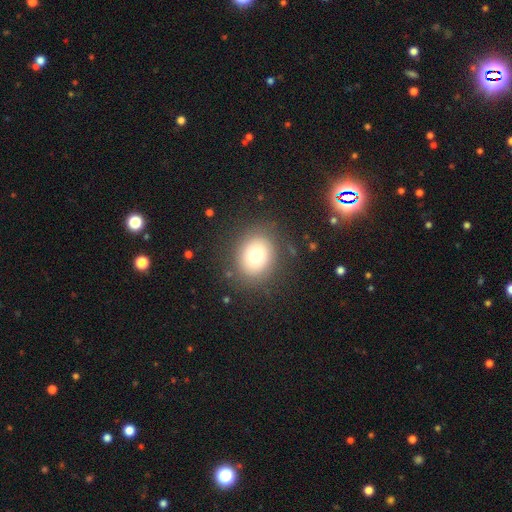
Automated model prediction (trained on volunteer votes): smooth_or_featured: smooth (p=0.72) [alt: featured or disk p=0.15]
how_rounded: round (p=0.64) [alt: in between p=0.36]
merging: none (p=0.83) [alt: minor disturbance p=0.10]